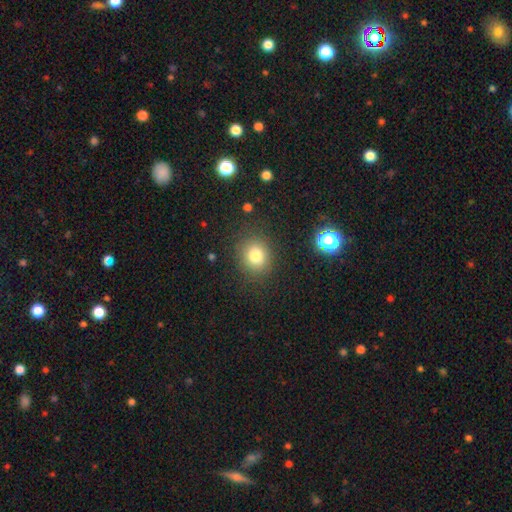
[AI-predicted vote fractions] Smooth or featured?
  - smooth: 78% *
  - star or artifact: 14%
  - featured or disk: 8%
How rounded?
  - round: 77% *
  - in between: 22%
  - cigar-shaped: 1%
Merging?
  - none: 86% *
  - minor disturbance: 9%
  - major disturbance: 4%
  - merger: 2%